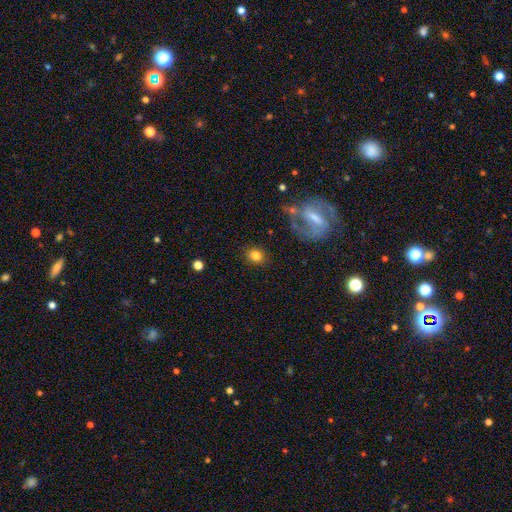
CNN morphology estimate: smooth-or-featured: smooth: 81% | featured or disk: 10% | star or artifact: 9%
  how-rounded: round: 59% | in between: 40% | cigar-shaped: 2%
  merging: none: 84% | minor disturbance: 9% | major disturbance: 4% | merger: 3%